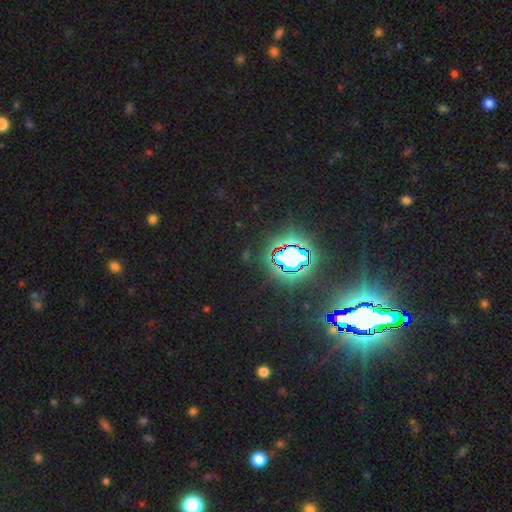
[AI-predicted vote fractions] A star or artifact, not a galaxy (83%).